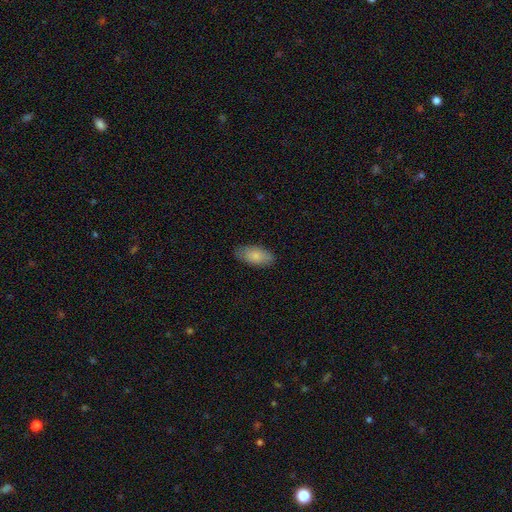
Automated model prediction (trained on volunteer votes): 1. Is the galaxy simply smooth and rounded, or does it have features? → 82% smooth, 12% featured or disk, 6% star or artifact.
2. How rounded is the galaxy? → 91% in between, 6% cigar-shaped, 2% round.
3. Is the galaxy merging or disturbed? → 83% none, 13% minor disturbance, 3% major disturbance, 1% merger.